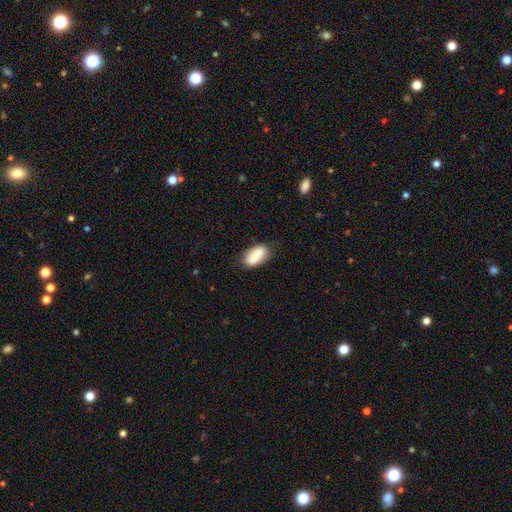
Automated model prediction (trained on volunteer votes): Morphology: type=smooth (84%); roundness=in between (90%); merging=none (79%).